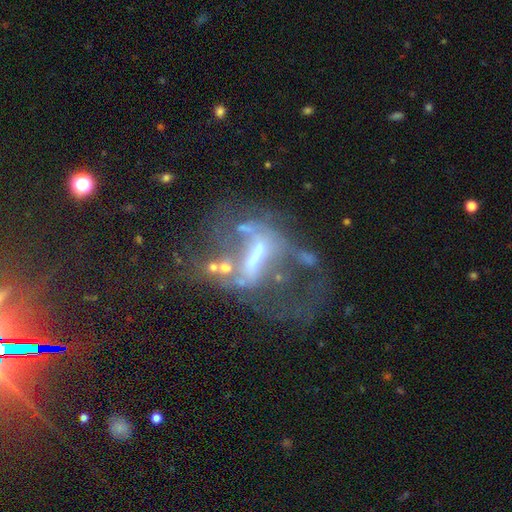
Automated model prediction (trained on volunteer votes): Overall: featured or disk (71%). Edge-on disk: no (91%). Bar: strong (55%; weak 24%). Spiral arms: no (57%; yes 43%). Bulge size: none (32%; moderate 31%). Merging: major disturbance (42%; none 27%).